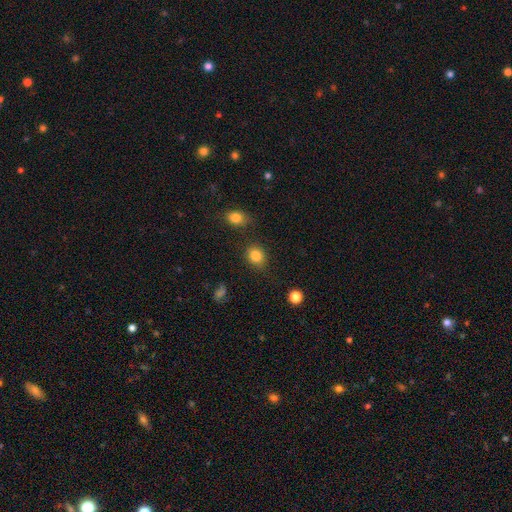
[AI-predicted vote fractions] This is clearly a smooth galaxy (83%). How rounded: likely round (60%). Merging: clearly none (81%).